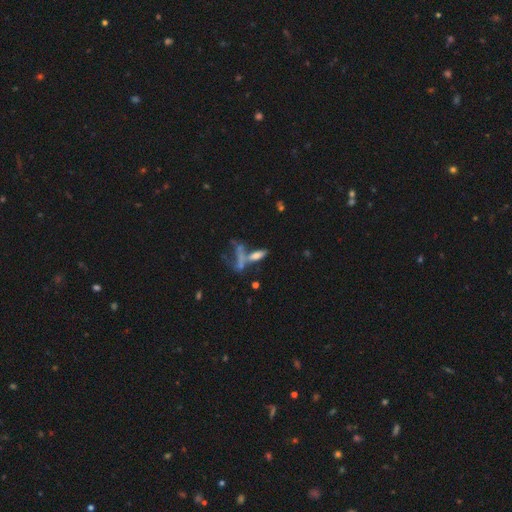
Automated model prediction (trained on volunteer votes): This appears to be a smooth galaxy with no disk features (55%) that is cigar-shaped (50%). Merging: none (38%).